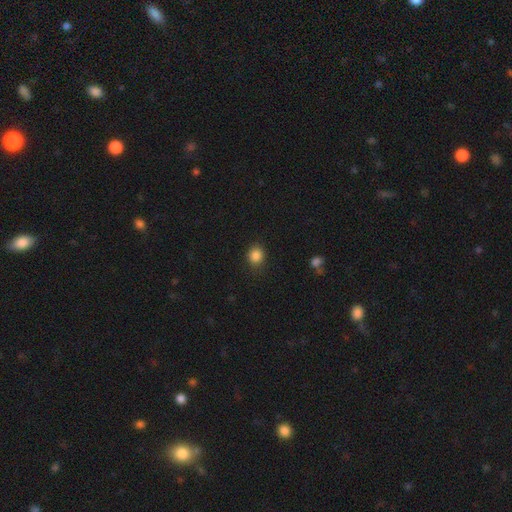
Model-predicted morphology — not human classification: Smooth or featured?
  - smooth: 86% *
  - star or artifact: 11%
  - featured or disk: 4%
How rounded?
  - round: 78% *
  - in between: 21%
  - cigar-shaped: 1%
Merging?
  - none: 84% *
  - minor disturbance: 11%
  - major disturbance: 3%
  - merger: 1%